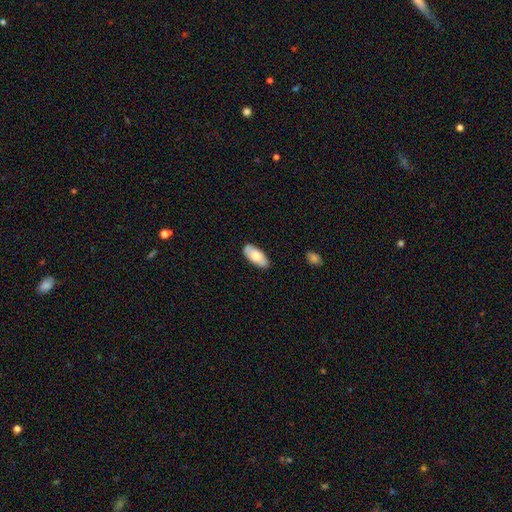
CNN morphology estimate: Smooth or featured?
  - smooth: 76% *
  - featured or disk: 18%
  - star or artifact: 6%
How rounded?
  - in between: 90% *
  - cigar-shaped: 8%
  - round: 2%
Merging?
  - none: 84% *
  - minor disturbance: 13%
  - major disturbance: 2%
  - merger: 1%